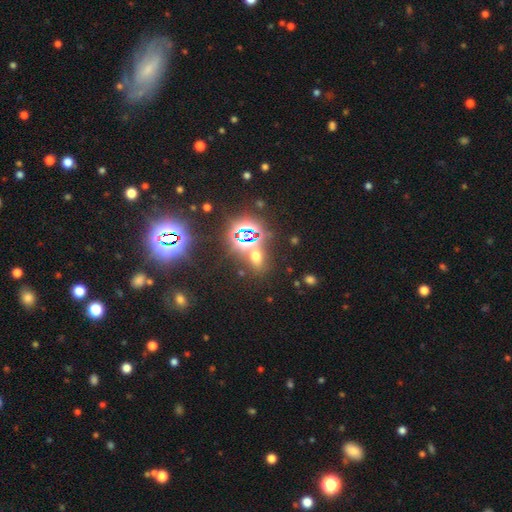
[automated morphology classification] This is possibly a star or artifact rather than a galaxy (53%).